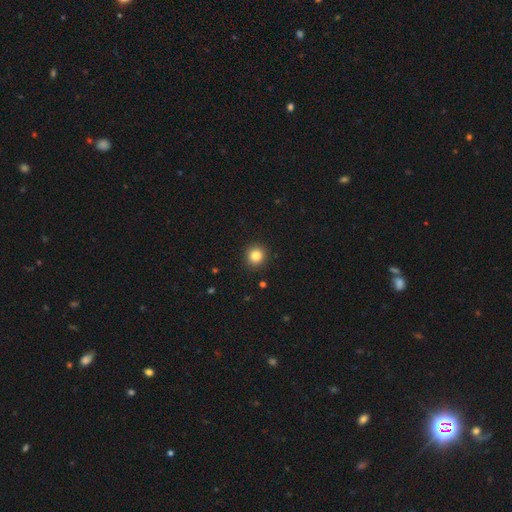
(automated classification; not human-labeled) smooth 85%, star or artifact 11%, featured or disk 5%. Down the decision tree: how rounded — round (92%); merging — none (91%).